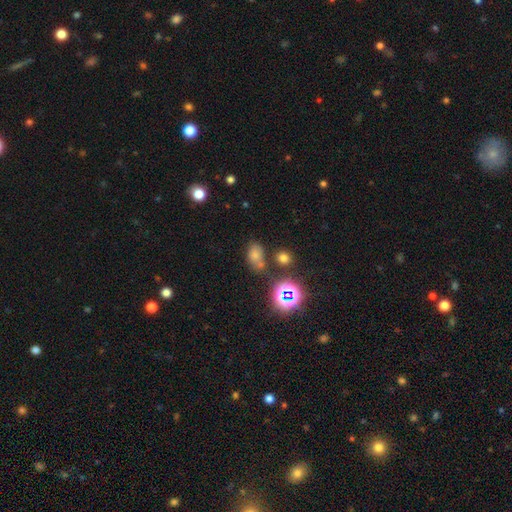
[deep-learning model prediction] The model was most divided on "merging": none: 54%, merger: 22%, minor disturbance: 17%, major disturbance: 7%. More confident: how rounded — in between (80%); smooth or featured — smooth (66%).